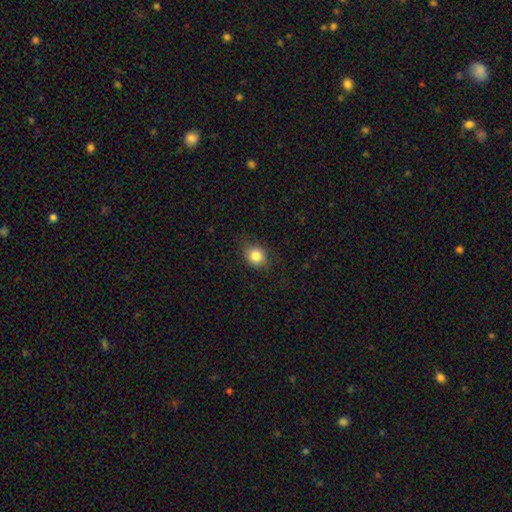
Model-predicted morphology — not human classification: Q: Smooth or featured?
A: smooth (83%); runner-up: star or artifact (10%)
Q: How rounded?
A: round (72%); runner-up: in between (27%)
Q: Merging?
A: none (80%); runner-up: minor disturbance (15%)